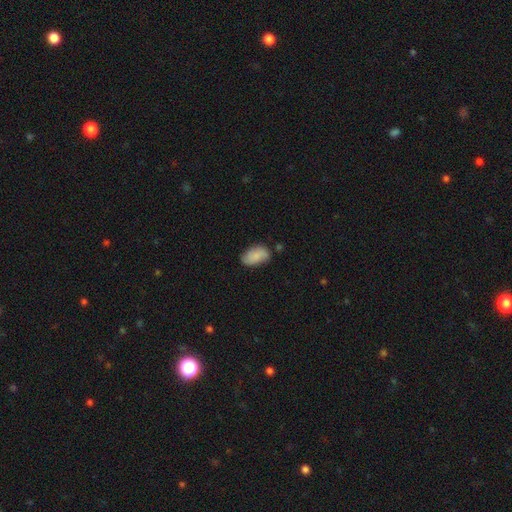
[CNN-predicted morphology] The model was most divided on "merging": none: 70%, minor disturbance: 23%, major disturbance: 4%, merger: 3%. More confident: how rounded — in between (93%); smooth or featured — smooth (79%).